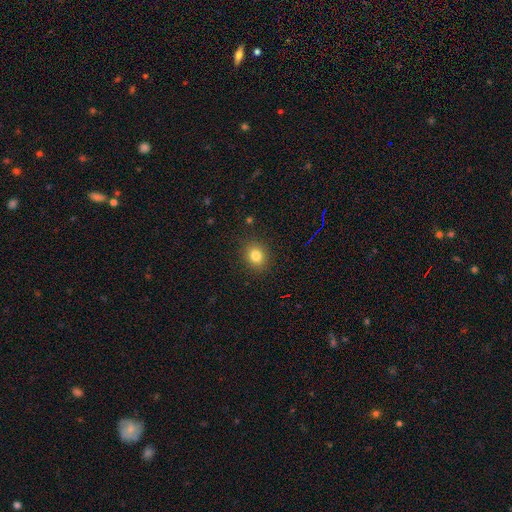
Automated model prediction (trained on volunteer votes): smooth-or-featured: smooth: 81% | star or artifact: 12% | featured or disk: 7%
  how-rounded: round: 65% | in between: 34% | cigar-shaped: 1%
  merging: none: 89% | minor disturbance: 8% | major disturbance: 2% | merger: 1%